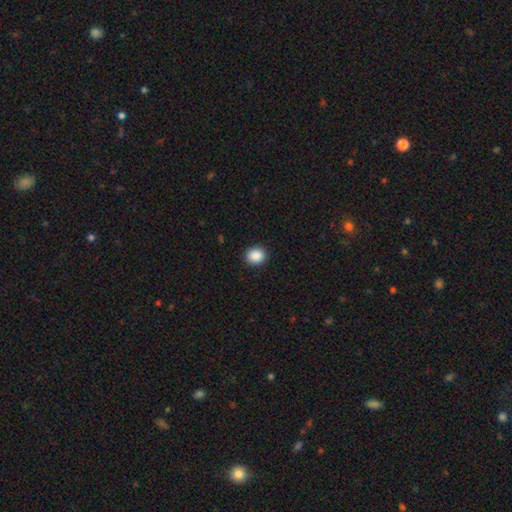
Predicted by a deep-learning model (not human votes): smooth-or-featured: smooth: 89% | star or artifact: 9% | featured or disk: 3%
  how-rounded: round: 75% | in between: 24% | cigar-shaped: 1%
  merging: none: 92% | minor disturbance: 6% | major disturbance: 2% | merger: 1%